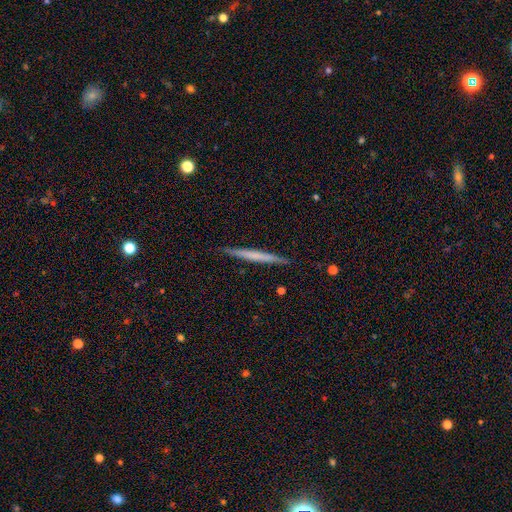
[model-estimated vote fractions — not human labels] This appears to be a smooth galaxy with no disk features (49%). Merging: none (91%).